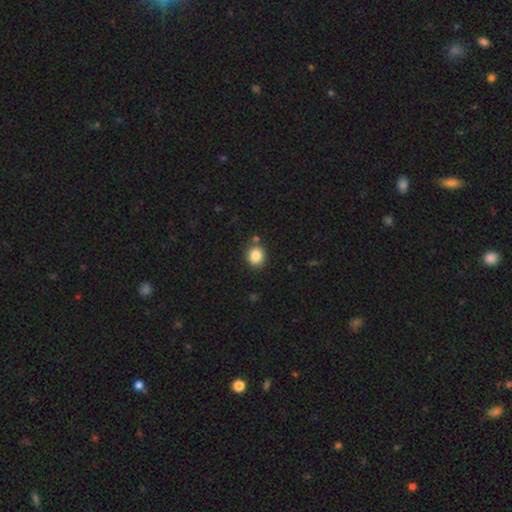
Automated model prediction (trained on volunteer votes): A smooth galaxy with no disk features (85%) that is round (73%). Merging: none (81%).